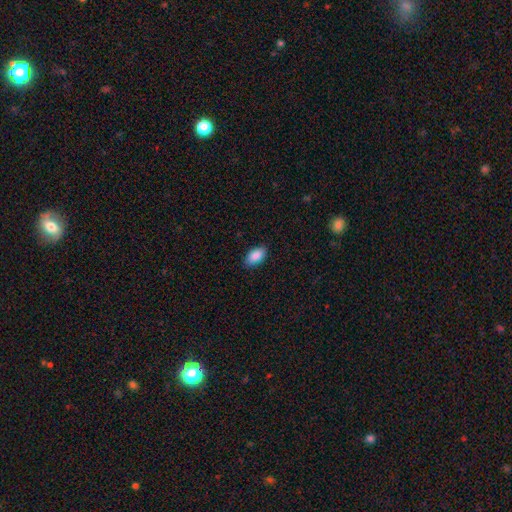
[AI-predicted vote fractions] smooth 88%, star or artifact 7%, featured or disk 5%. Down the decision tree: how rounded — in between (94%); merging — none (88%).